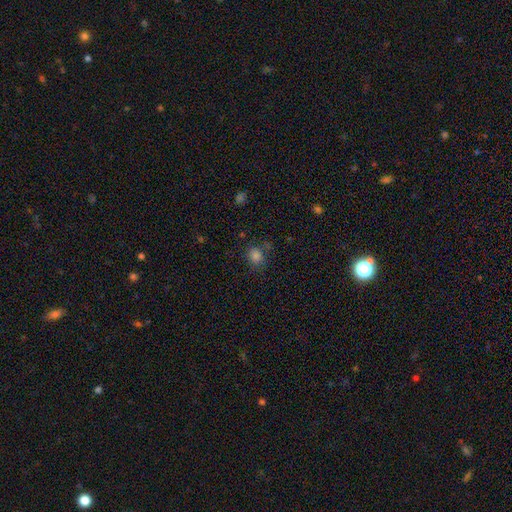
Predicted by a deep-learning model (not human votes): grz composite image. It shows a smooth galaxy with no disk features (80%) that is round (68%). Merging: none (70%).